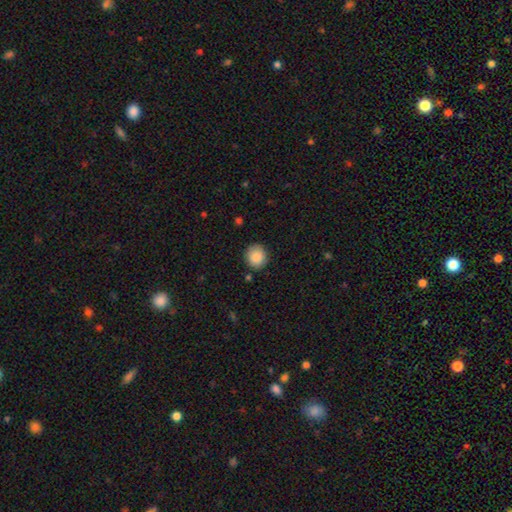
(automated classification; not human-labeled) smooth 87%, star or artifact 8%, featured or disk 5%. Down the decision tree: how rounded — round (87%); merging — none (87%).